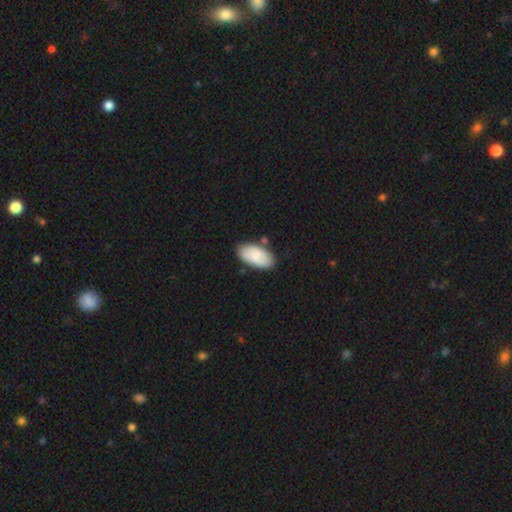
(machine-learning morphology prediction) A smooth galaxy with no disk features (79%) that is in between round and cigar-shaped (95%). Merging: none (77%).